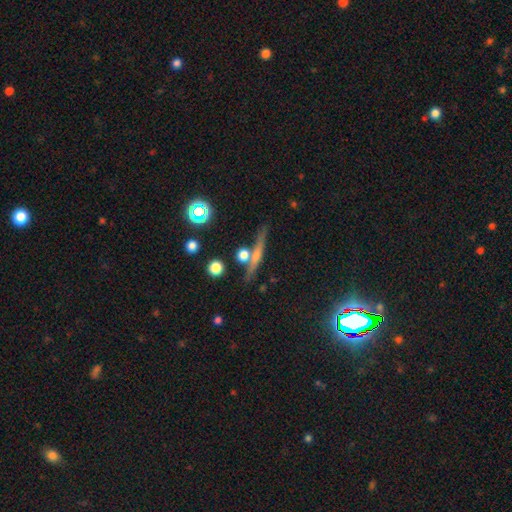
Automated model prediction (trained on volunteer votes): Overall: featured or disk (55%; smooth 33%). Edge-on disk: yes (94%). Edge-on bulge: rounded (59%; none 32%). Merging: none (77%).